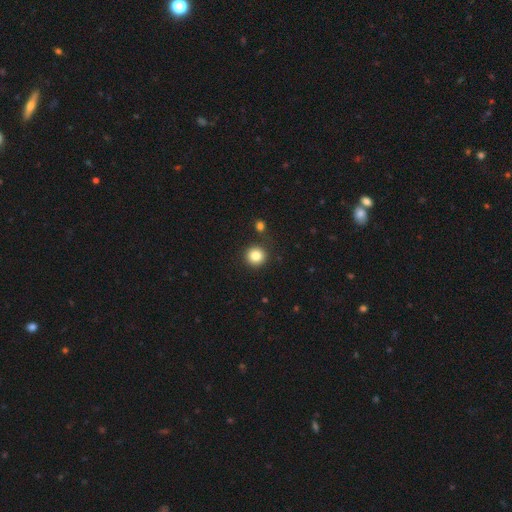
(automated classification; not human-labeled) A smooth galaxy with no disk features (83%) that is round (94%). Merging: none (87%).